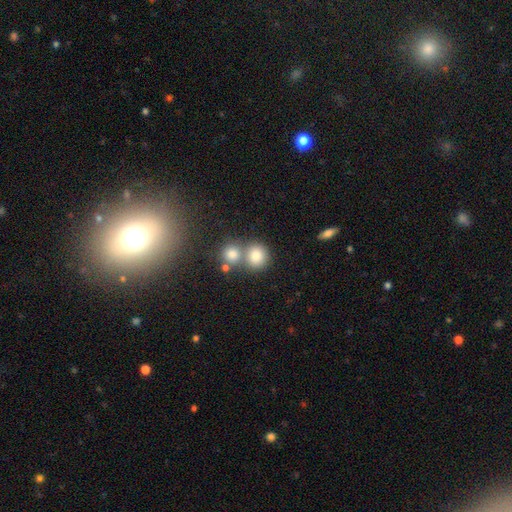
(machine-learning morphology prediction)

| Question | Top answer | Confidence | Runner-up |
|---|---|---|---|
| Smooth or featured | smooth | 81% | star or artifact (11%) |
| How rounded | round | 83% | in between (16%) |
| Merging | none | 49% | merger (39%) |